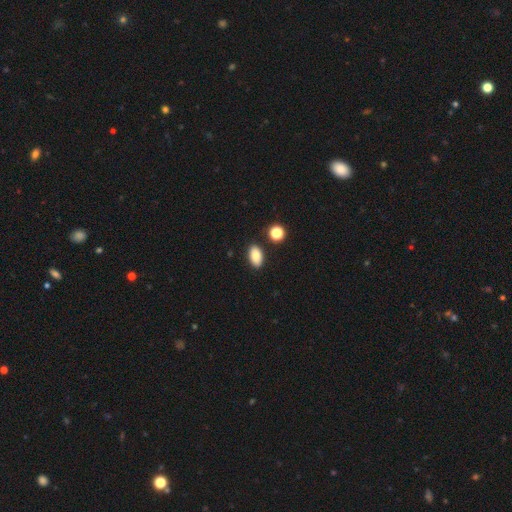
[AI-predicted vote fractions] Smooth or featured?
  - smooth: 85% *
  - star or artifact: 9%
  - featured or disk: 6%
How rounded?
  - in between: 91% *
  - round: 6%
  - cigar-shaped: 3%
Merging?
  - none: 86% *
  - minor disturbance: 9%
  - merger: 3%
  - major disturbance: 2%